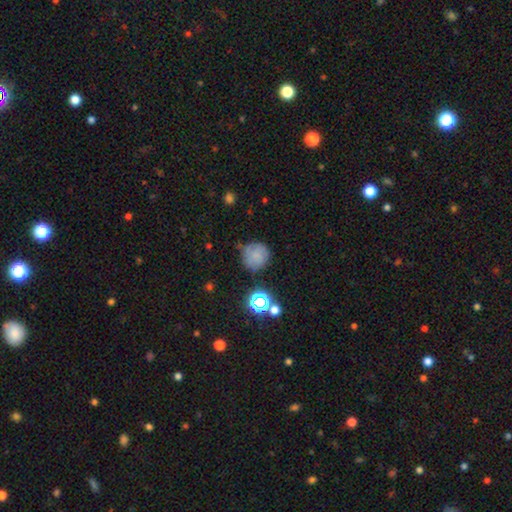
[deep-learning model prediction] This is likely a smooth galaxy (68%). How rounded: clearly round (91%). Merging: likely none (63%).